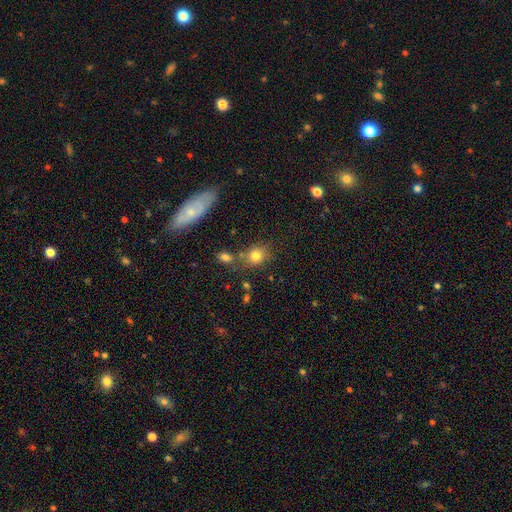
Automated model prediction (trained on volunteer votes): A smooth galaxy with no disk features (78%) that is round (67%).

Vote fractions:
- Smooth or featured? smooth: 78% / star or artifact: 12% / featured or disk: 10%
- How rounded? round: 67% / in between: 31% / cigar-shaped: 2%
- Merging? none: 65% / minor disturbance: 15% / merger: 15% / major disturbance: 6%